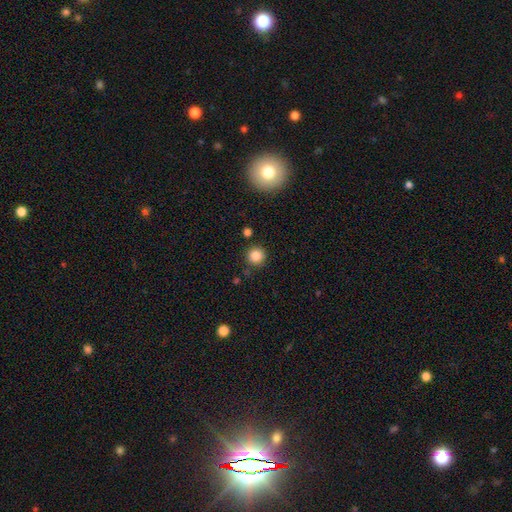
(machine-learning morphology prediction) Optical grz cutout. It shows a smooth galaxy with no disk features (85%) that is round (94%). Merging: none (85%).